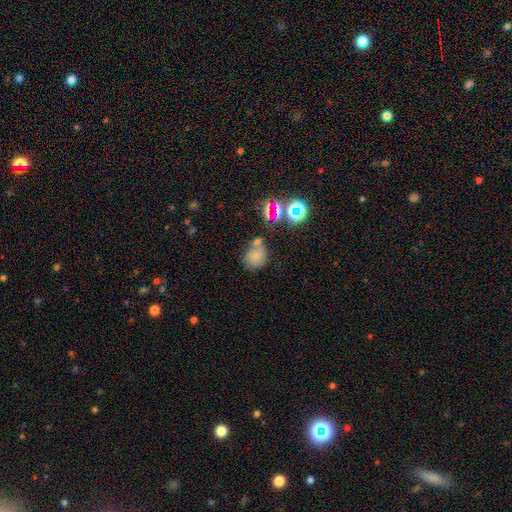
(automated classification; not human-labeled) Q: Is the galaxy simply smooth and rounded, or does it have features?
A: smooth — 61%.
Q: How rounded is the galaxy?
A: round — 63%.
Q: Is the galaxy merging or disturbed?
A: none — 45%.